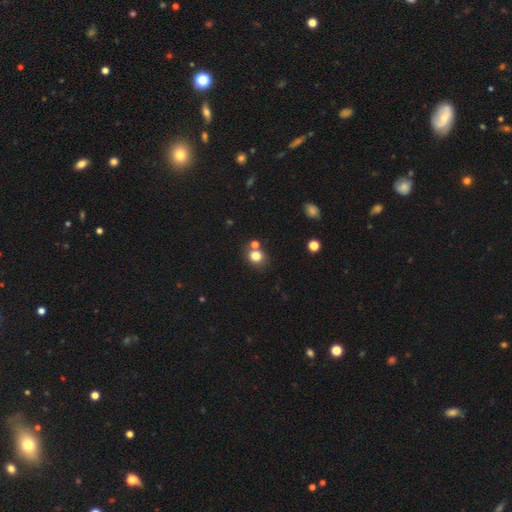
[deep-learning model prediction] A smooth galaxy with no disk features (79%) that is round (74%). Merging: none (66%).